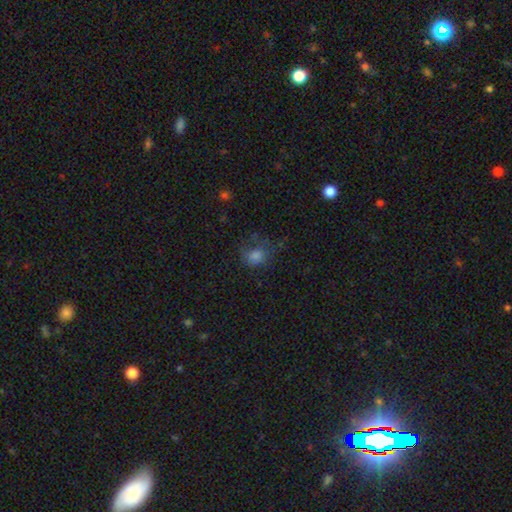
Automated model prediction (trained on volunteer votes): A smooth galaxy with no disk features (71%) that is round (61%).

Vote fractions:
- Smooth or featured? smooth: 71% / star or artifact: 16% / featured or disk: 12%
- How rounded? round: 61% / in between: 38% / cigar-shaped: 1%
- Merging? none: 50% / minor disturbance: 25% / major disturbance: 22% / merger: 3%